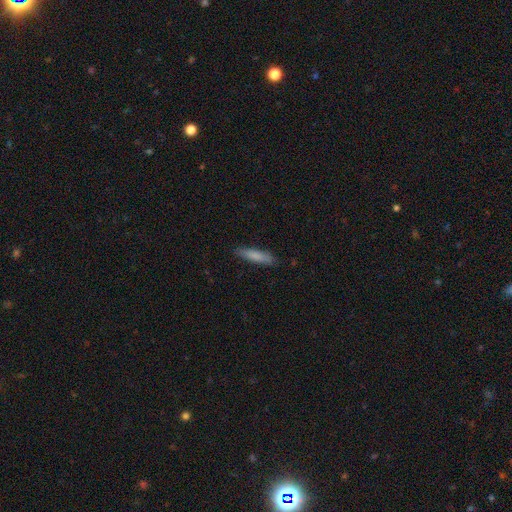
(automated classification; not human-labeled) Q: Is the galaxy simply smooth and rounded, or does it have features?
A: smooth — 81%.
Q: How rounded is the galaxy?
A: cigar-shaped — 81%.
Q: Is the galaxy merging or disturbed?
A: none — 87%.